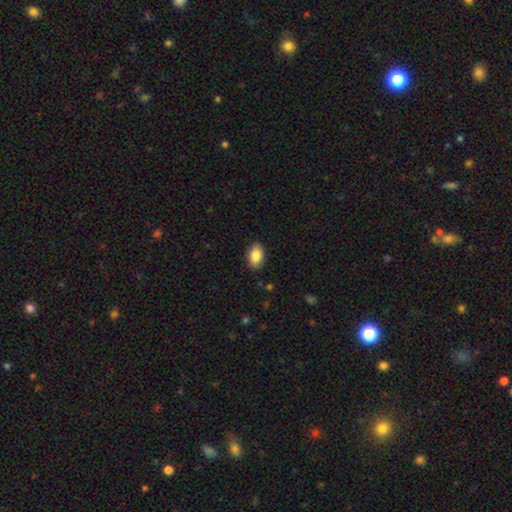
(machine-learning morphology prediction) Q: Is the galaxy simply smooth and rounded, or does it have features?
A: smooth — 87%.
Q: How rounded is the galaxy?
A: in between — 90%.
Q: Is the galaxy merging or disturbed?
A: none — 88%.